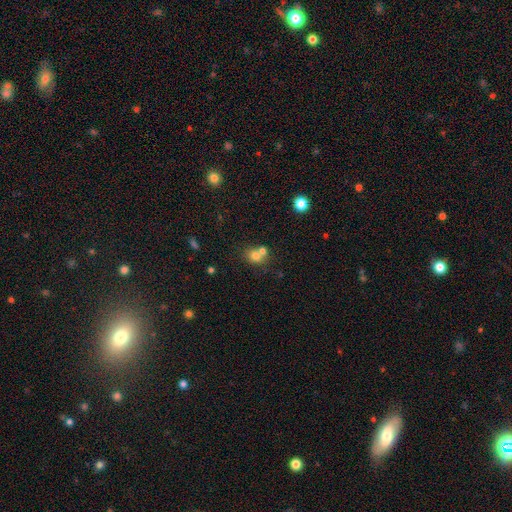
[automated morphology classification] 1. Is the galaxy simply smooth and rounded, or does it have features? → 73% smooth, 14% star or artifact, 13% featured or disk.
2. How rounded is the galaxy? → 71% round, 28% in between, 1% cigar-shaped.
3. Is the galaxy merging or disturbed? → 45% none, 44% merger, 8% minor disturbance, 3% major disturbance.